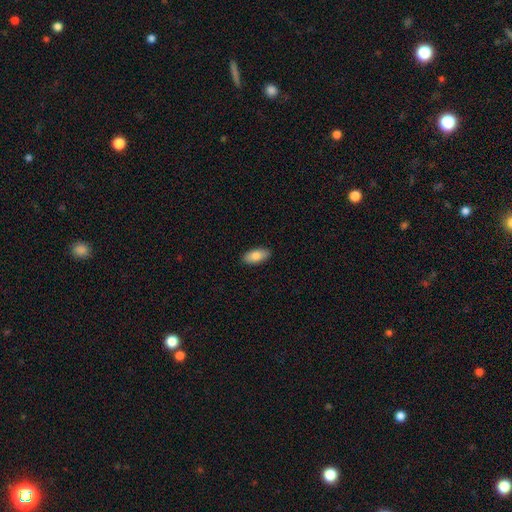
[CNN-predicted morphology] This is clearly a smooth galaxy (83%). How rounded: clearly in between (91%). Merging: clearly none (90%).